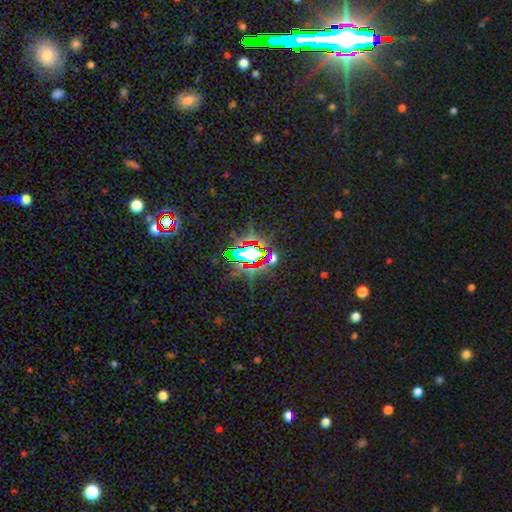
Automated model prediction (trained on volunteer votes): Smooth or featured? star or artifact (71%)